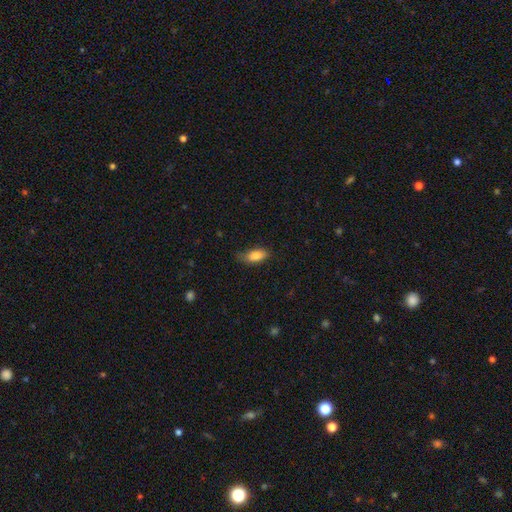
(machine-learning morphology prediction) This appears to be a smooth galaxy with no disk features (85%) that is in between round and cigar-shaped (84%). Merging: none (65%).